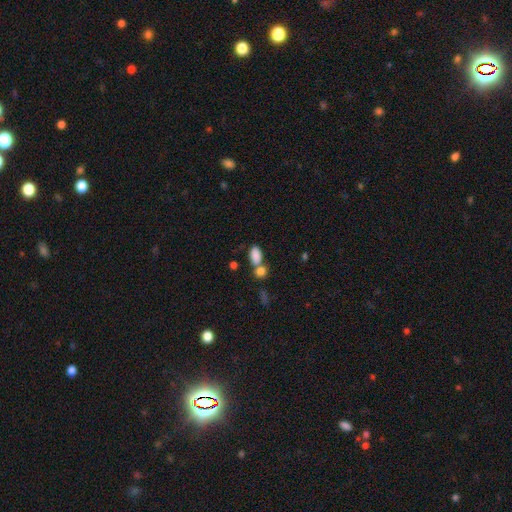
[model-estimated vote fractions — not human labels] Q: Smooth or featured?
A: smooth (85%); runner-up: star or artifact (9%)
Q: How rounded?
A: in between (89%); runner-up: round (8%)
Q: Merging?
A: merger (44%); runner-up: none (41%)